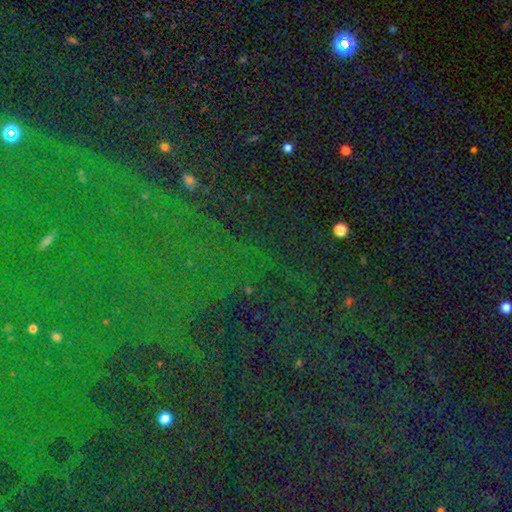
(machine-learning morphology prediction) Smooth or featured? star or artifact (84%)